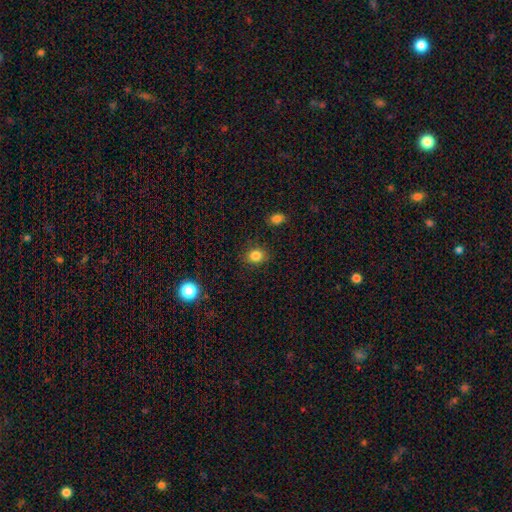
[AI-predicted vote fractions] A smooth galaxy with no disk features (83%) that is round (65%). Merging: none (86%).